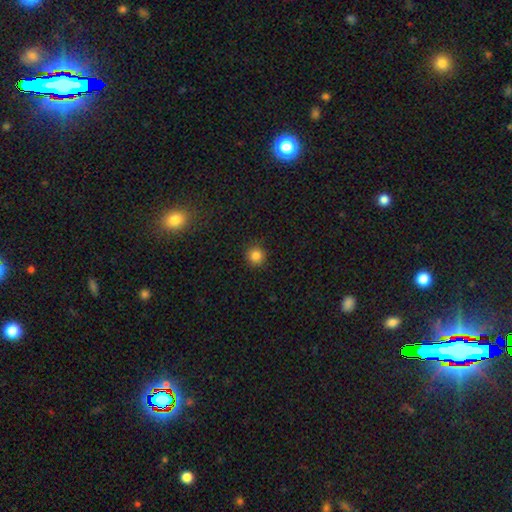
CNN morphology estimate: Smooth or featured? Predicted: smooth (p=0.84). How rounded? Predicted: round (p=0.94). Merging? Predicted: none (p=0.92).